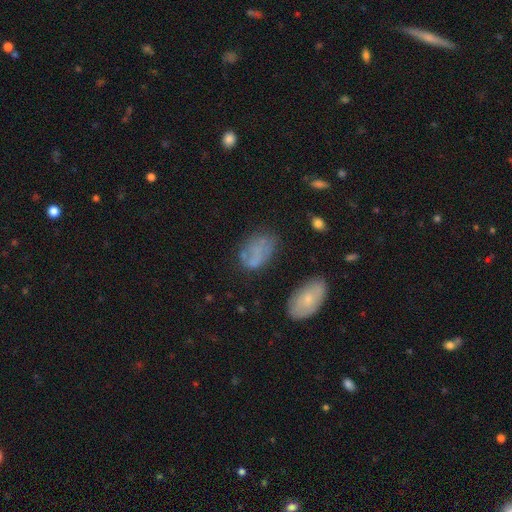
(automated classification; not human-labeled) smooth_or_featured: smooth (p=0.56) [alt: featured or disk p=0.28]
how_rounded: in between (p=0.85) [alt: round p=0.13]
merging: none (p=0.54) [alt: minor disturbance p=0.24]